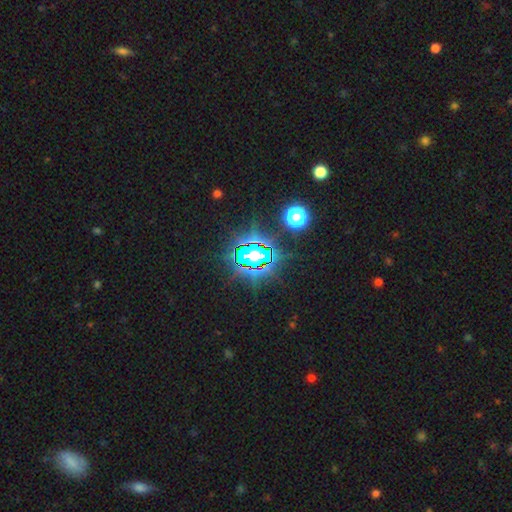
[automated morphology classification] smooth_or_featured: star or artifact (p=0.79) [alt: smooth p=0.13]